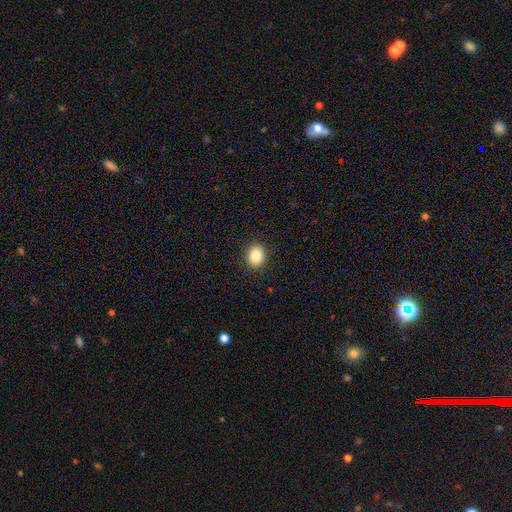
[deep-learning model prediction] The model was most divided on "how rounded": round: 58%, in between: 41%, cigar-shaped: 1%. More confident: merging — none (91%); smooth or featured — smooth (85%).